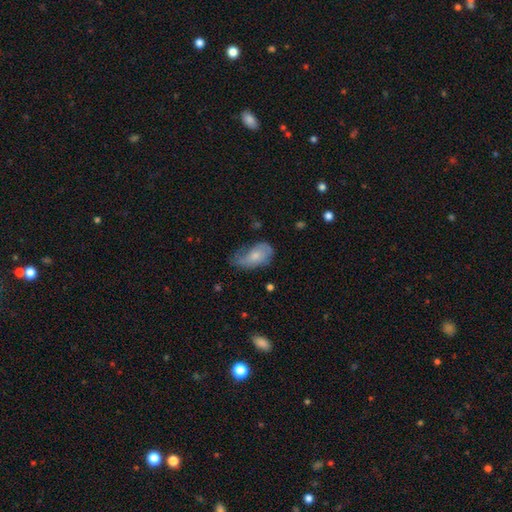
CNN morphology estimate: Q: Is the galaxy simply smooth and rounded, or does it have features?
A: smooth — 57%.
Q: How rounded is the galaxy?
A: in between — 91%.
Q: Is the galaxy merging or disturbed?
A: minor disturbance — 37%, tied with none.